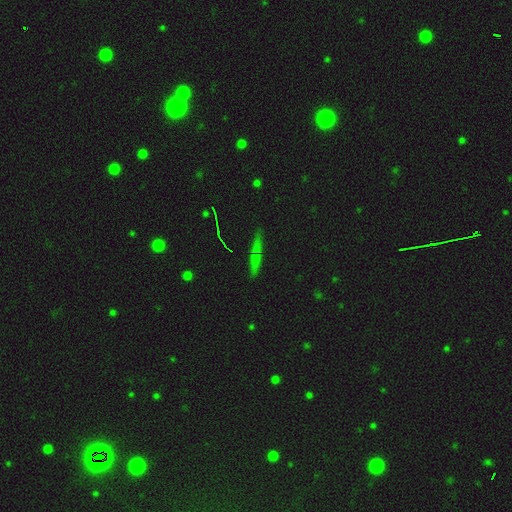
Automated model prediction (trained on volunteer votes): smooth_or_featured: smooth (p=0.43) [alt: star or artifact p=0.30]
merging: none (p=0.82) [alt: minor disturbance p=0.11]